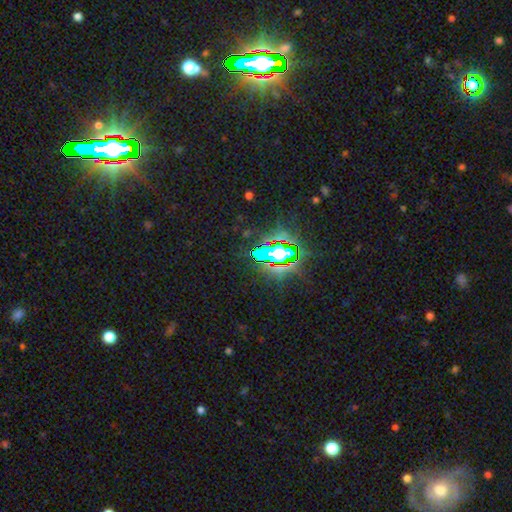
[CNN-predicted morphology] A star or artifact, not a galaxy (77%).